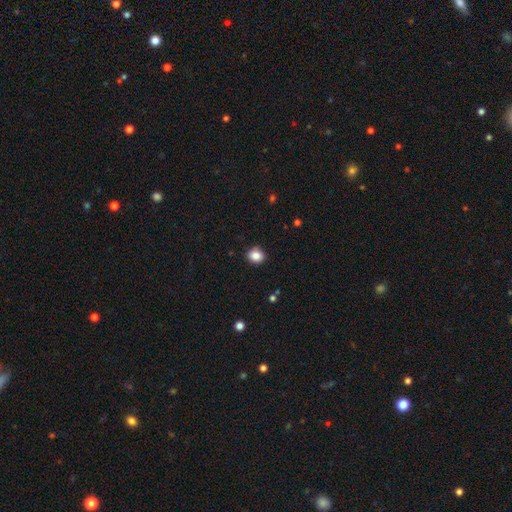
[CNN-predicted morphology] Q: Smooth or featured?
A: smooth (85%); runner-up: star or artifact (10%)
Q: How rounded?
A: round (73%); runner-up: in between (27%)
Q: Merging?
A: none (87%); runner-up: minor disturbance (9%)